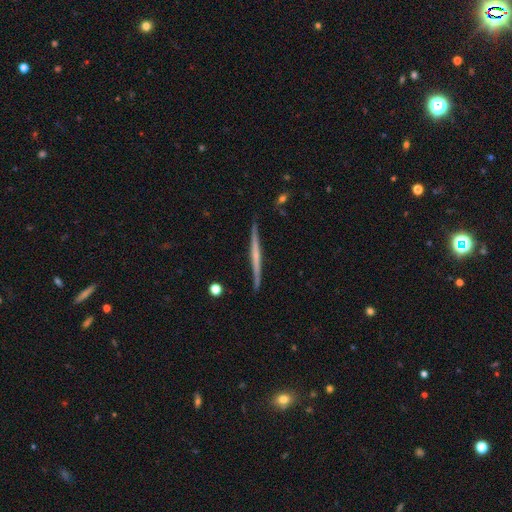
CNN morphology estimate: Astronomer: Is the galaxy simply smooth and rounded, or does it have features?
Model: featured or disk — 67%.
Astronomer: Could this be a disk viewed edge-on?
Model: yes — 98%.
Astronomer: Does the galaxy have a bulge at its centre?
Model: none — 67%.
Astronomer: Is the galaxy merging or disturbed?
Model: none — 90%.